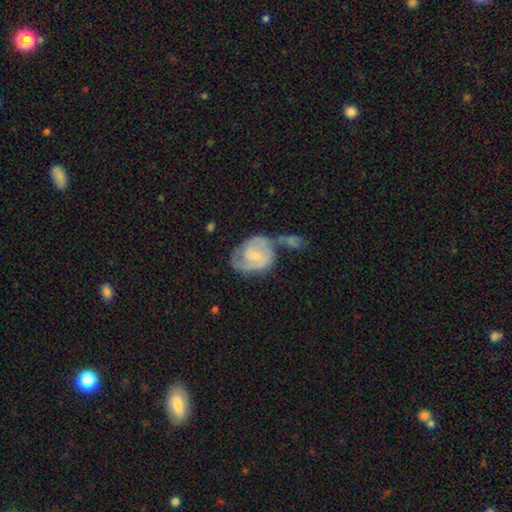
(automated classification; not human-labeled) A featured or disk galaxy (72%) with no bar (48%), 2 (66%) tight (44%) spiral arms (88%) and a small central bulge (65%).

Vote fractions:
- Smooth or featured? featured or disk: 72% / smooth: 22% / star or artifact: 6%
- Edge-on disk? no: 97% / yes: 3%
- Bar? no: 48% / weak: 43% / strong: 9%
- Spiral arms? yes: 88% / no: 12%
- Spiral winding? tight: 44% / medium: 42% / loose: 14%
- Spiral arm count? 2: 66% / can't tell: 19% / 1: 6% / 3: 6% / 4: 2% / more than 4: 2%
- Bulge size? small: 65% / moderate: 25% / none: 7% / large: 2% / dominant: 1%
- Merging? none: 35% / merger: 31% / minor disturbance: 19% / major disturbance: 15%